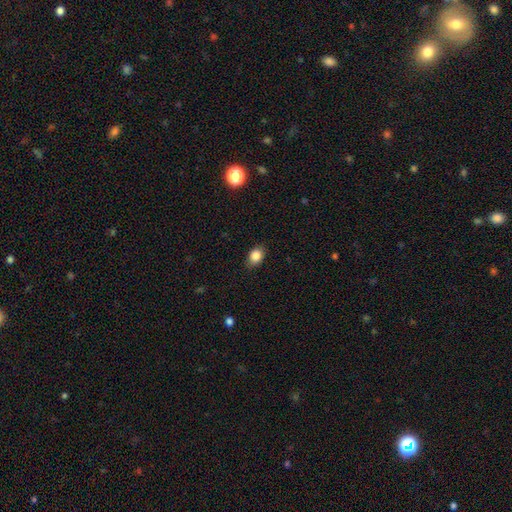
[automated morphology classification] smooth_or_featured: smooth (p=0.85) [alt: star or artifact p=0.09]
how_rounded: in between (p=0.70) [alt: round p=0.29]
merging: none (p=0.84) [alt: minor disturbance p=0.12]